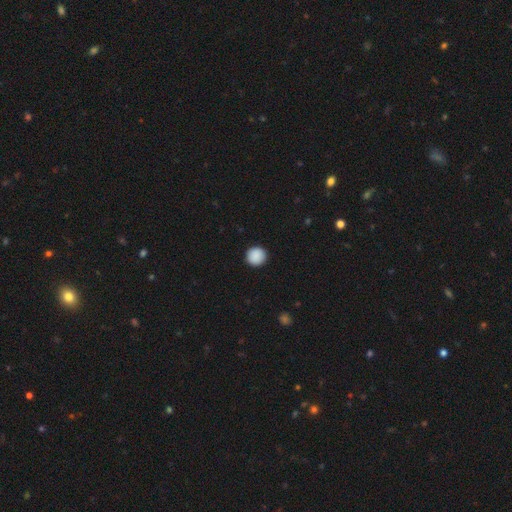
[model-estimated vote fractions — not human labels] Overall: smooth (90%). How rounded: round (95%). Merging: none (92%).